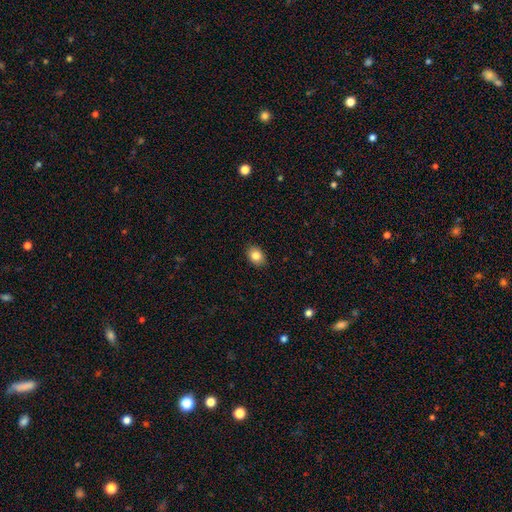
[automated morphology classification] smooth_or_featured: smooth (p=0.84) [alt: star or artifact p=0.09]
how_rounded: in between (p=0.67) [alt: round p=0.32]
merging: none (p=0.88) [alt: minor disturbance p=0.09]